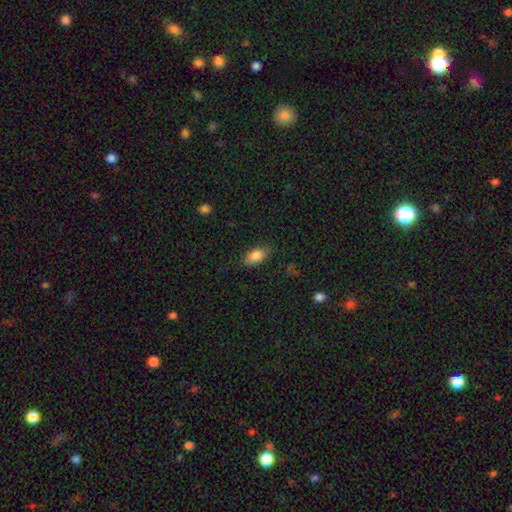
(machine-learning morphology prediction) This appears to be a smooth galaxy with no disk features (86%) that is in between round and cigar-shaped (90%). Merging: none (81%).